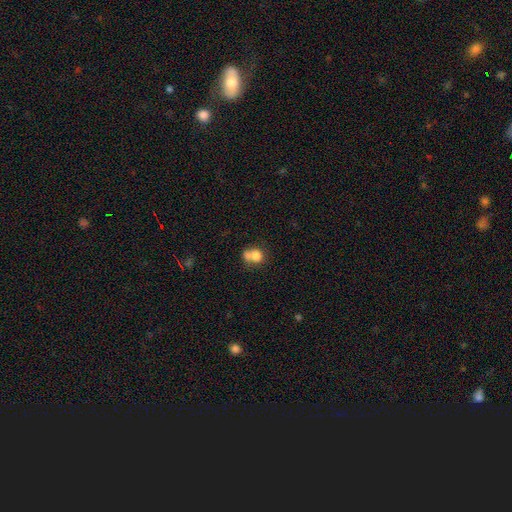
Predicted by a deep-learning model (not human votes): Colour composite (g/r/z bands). It shows a smooth galaxy with no disk features (77%) that is round (64%). Merging: merger (44%).